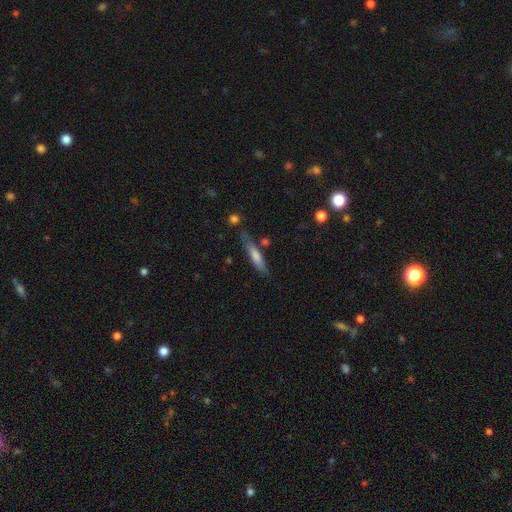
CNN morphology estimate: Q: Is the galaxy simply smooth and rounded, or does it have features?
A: smooth — 50%.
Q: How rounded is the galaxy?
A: cigar-shaped — 88%.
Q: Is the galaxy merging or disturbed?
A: none — 77%.